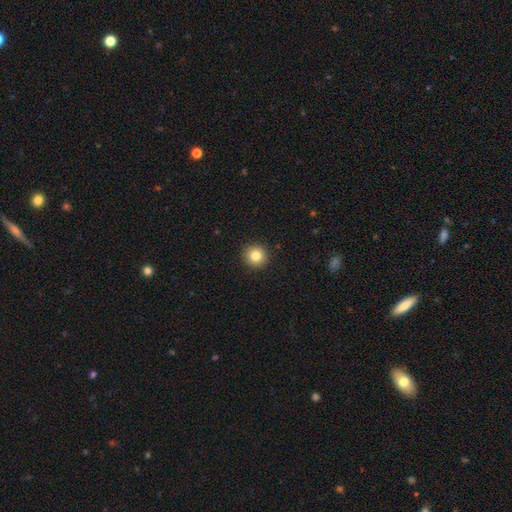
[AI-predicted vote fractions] Smooth or featured? Predicted: smooth (p=0.83). How rounded? Predicted: round (p=0.93). Merging? Predicted: none (p=0.93).